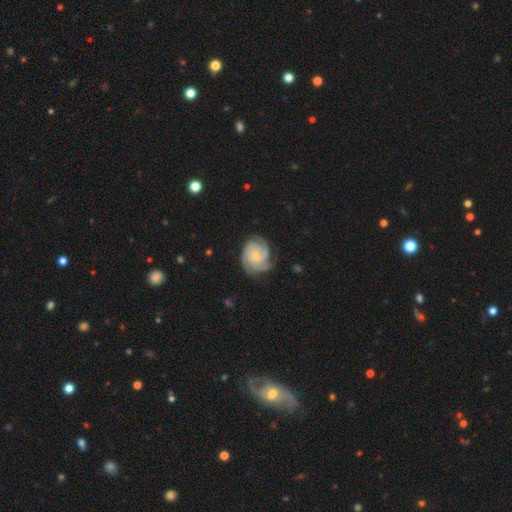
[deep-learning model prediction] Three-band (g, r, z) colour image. It shows a featured or disk galaxy (86%) with no bar (79%), 3 (44%) tight (69%) spiral arms (98%) and a small central bulge (68%). Merging: none (73%).